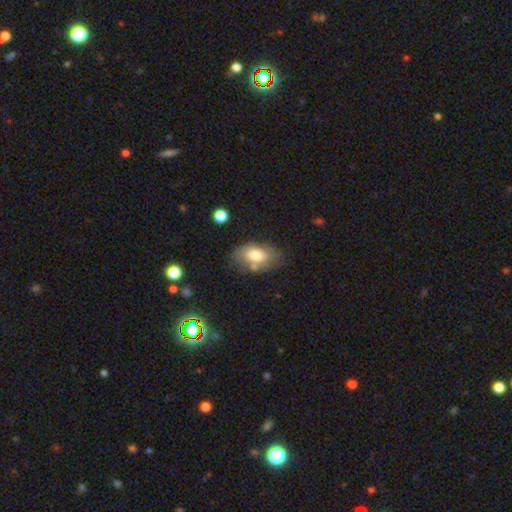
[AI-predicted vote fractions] Q: Smooth or featured?
A: smooth (71%); runner-up: featured or disk (21%)
Q: How rounded?
A: in between (90%); runner-up: round (8%)
Q: Merging?
A: none (60%); runner-up: minor disturbance (23%)